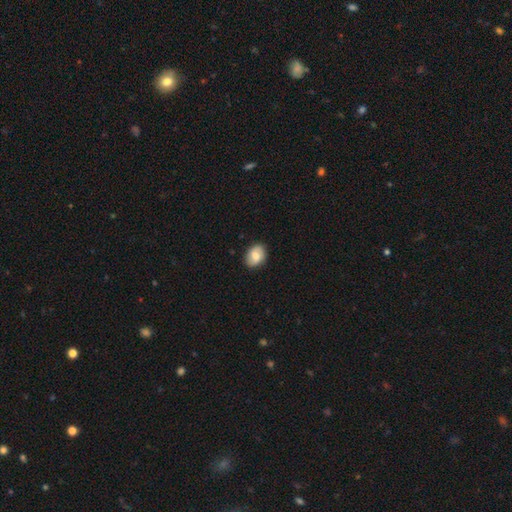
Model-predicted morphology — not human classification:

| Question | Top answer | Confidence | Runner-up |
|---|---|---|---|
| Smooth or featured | smooth | 69% | featured or disk (24%) |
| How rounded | in between | 70% | round (29%) |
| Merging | none | 85% | minor disturbance (11%) |